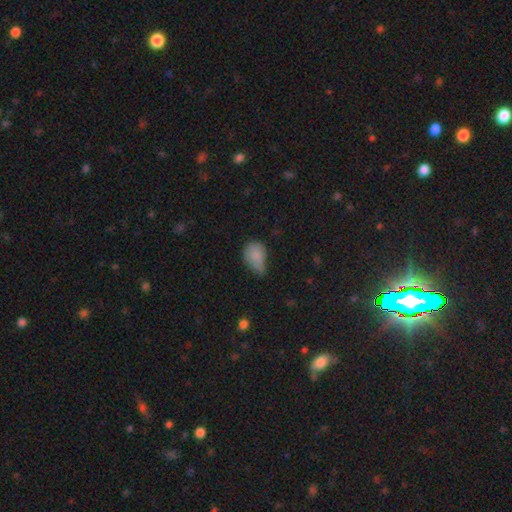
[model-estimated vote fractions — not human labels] Overall: smooth (80%). How rounded: in between (74%). Merging: minor disturbance (50%; major disturbance 22%).